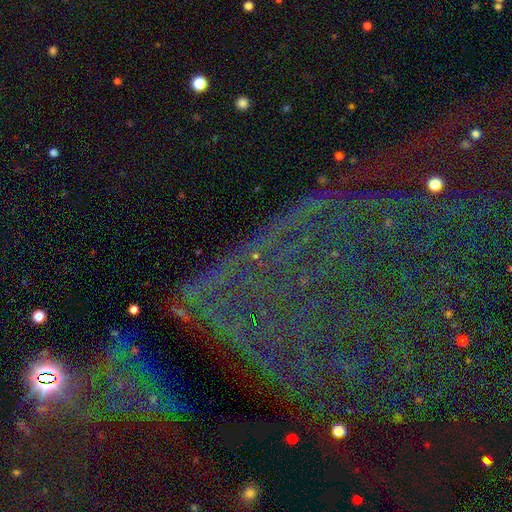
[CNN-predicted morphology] type=star or artifact (81%).